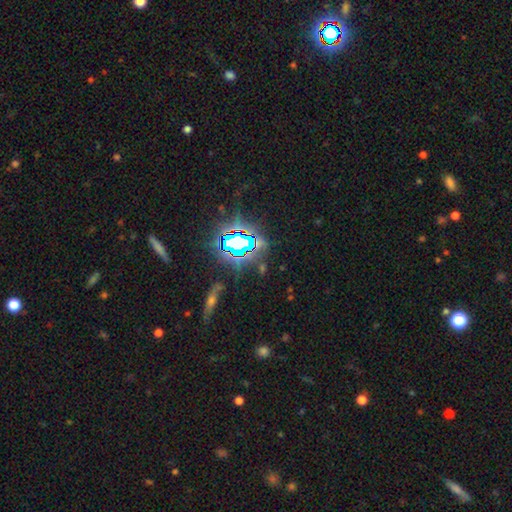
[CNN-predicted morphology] The model was most divided on "smooth or featured": star or artifact: 77%, smooth: 12%, featured or disk: 11%.